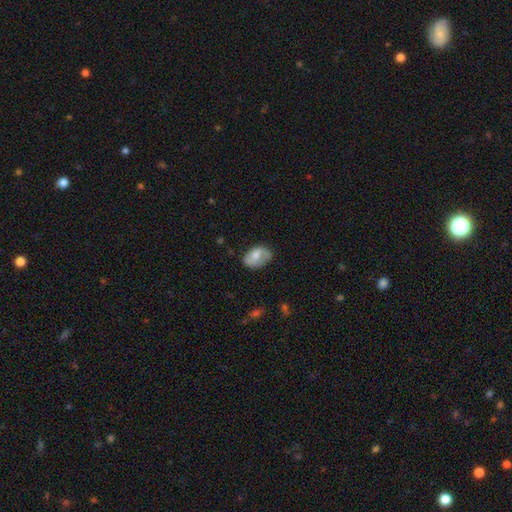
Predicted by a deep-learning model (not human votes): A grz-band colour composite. It shows a smooth galaxy with no disk features (57%) that is in between round and cigar-shaped (86%). Merging: none (56%).